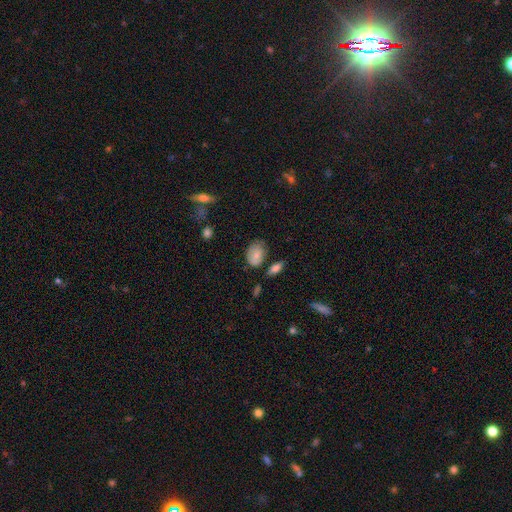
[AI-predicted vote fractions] This is likely a smooth galaxy (74%). How rounded: clearly in between (82%). Merging: possibly none (53%).